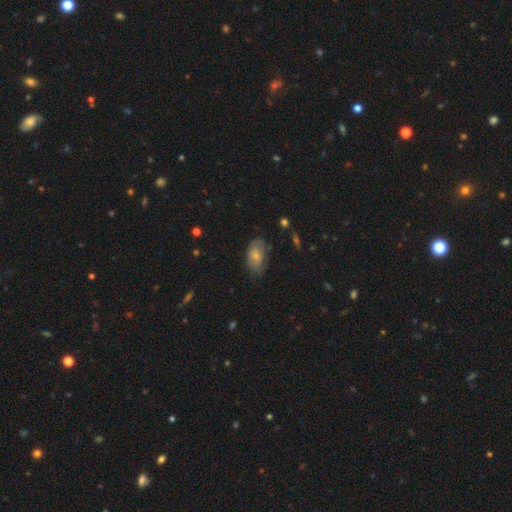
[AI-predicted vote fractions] Overall: smooth (67%). How rounded: in between (91%). Merging: none (56%; minor disturbance 31%).